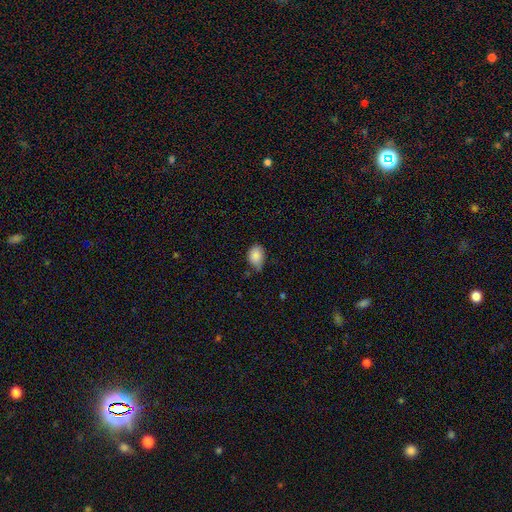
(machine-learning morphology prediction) This is clearly a smooth galaxy (87%). How rounded: likely in between (78%). Merging: possibly none (51%).